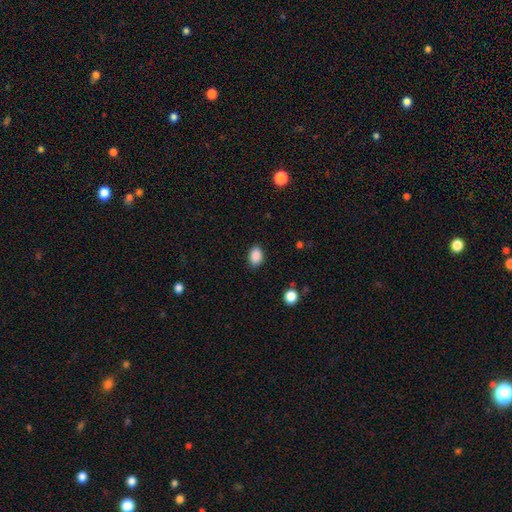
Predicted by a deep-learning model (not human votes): Smooth or featured? smooth (88%)
How rounded? in between (81%)
Merging? none (87%)